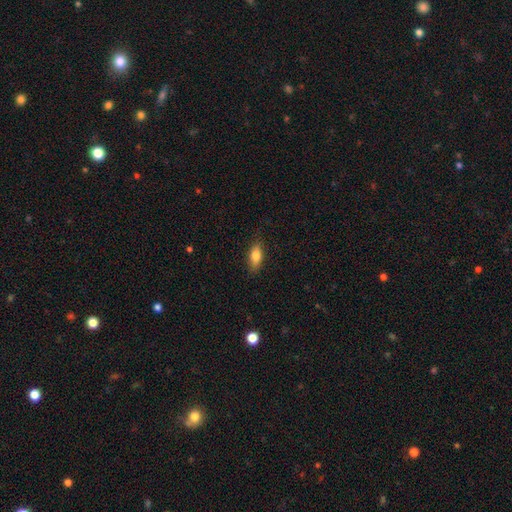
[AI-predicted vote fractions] Smooth or featured? Predicted: smooth (p=0.79). How rounded? Predicted: in between (p=0.78). Merging? Predicted: none (p=0.83).